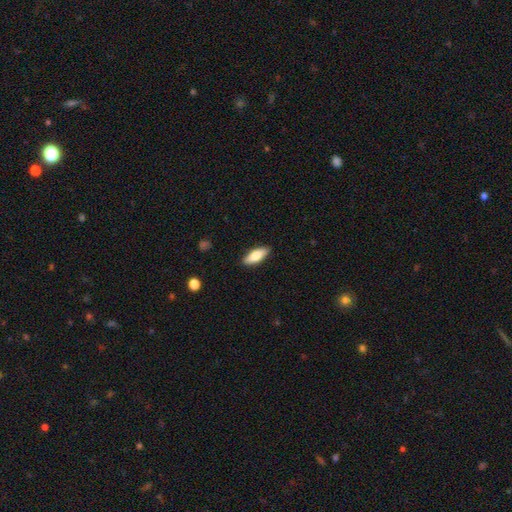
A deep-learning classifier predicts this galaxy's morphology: Overall: smooth (71%). How rounded: in between (69%; cigar-shaped 29%). Merging: none (88%).